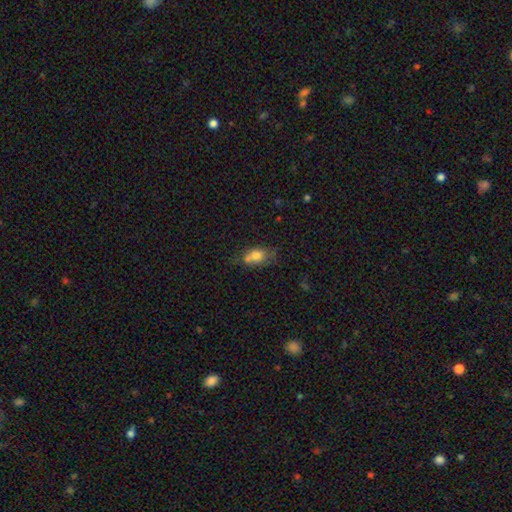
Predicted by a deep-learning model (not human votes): smooth-or-featured: smooth: 72% | featured or disk: 18% | star or artifact: 11%
  how-rounded: in between: 65% | round: 31% | cigar-shaped: 4%
  merging: none: 38% | merger: 33% | minor disturbance: 20% | major disturbance: 8%